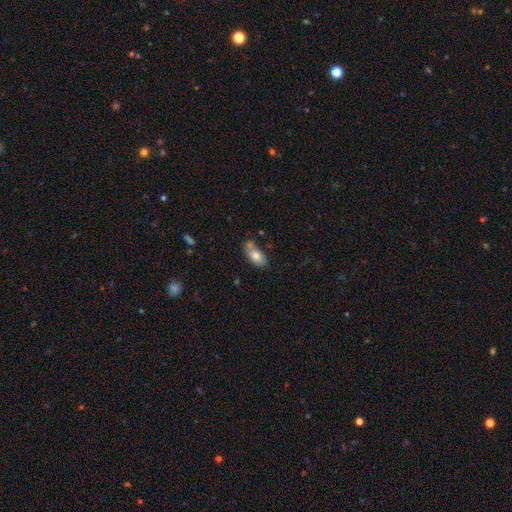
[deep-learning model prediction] Morphology: type=smooth (78%); roundness=in between (91%); merging=none (55%).